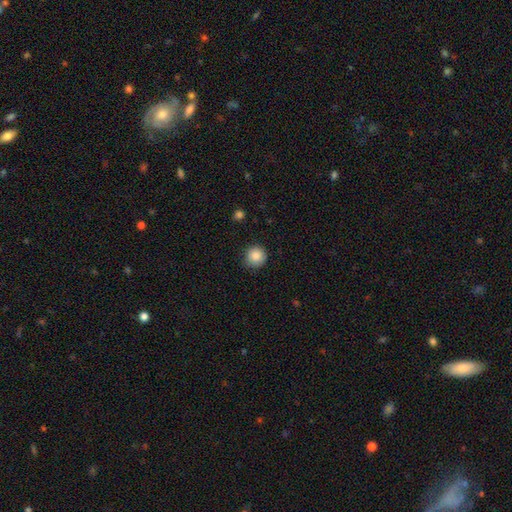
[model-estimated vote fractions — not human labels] Smooth or featured?
  - smooth: 86% *
  - star or artifact: 9%
  - featured or disk: 4%
How rounded?
  - round: 94% *
  - in between: 5%
  - cigar-shaped: 1%
Merging?
  - none: 85% *
  - minor disturbance: 11%
  - major disturbance: 2%
  - merger: 1%